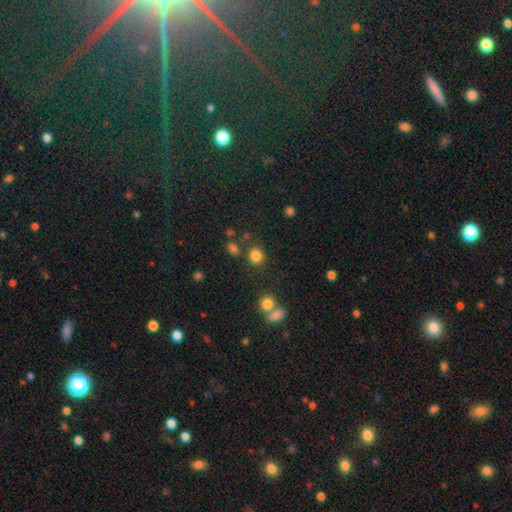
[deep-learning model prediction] smooth 81%, star or artifact 14%, featured or disk 5%. Down the decision tree: how rounded — round (80%); merging — none (74%).